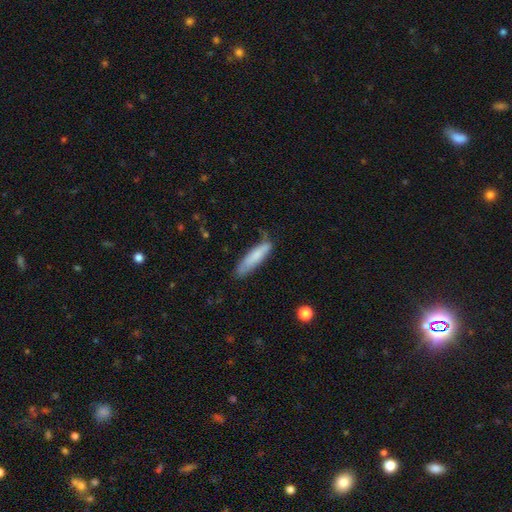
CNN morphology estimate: smooth_or_featured: smooth (p=0.78) [alt: featured or disk p=0.16]
how_rounded: cigar-shaped (p=0.75) [alt: in between p=0.24]
merging: none (p=0.67) [alt: minor disturbance p=0.25]